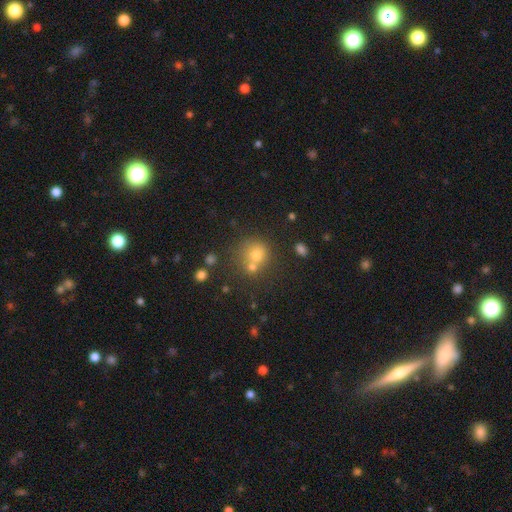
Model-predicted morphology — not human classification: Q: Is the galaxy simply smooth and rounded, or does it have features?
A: smooth — 66%.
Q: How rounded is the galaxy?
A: round — 82%.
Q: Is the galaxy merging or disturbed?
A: none — 47%.